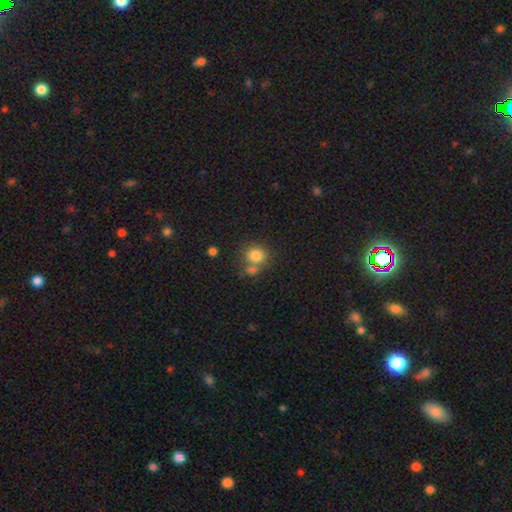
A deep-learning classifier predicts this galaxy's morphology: Smooth or featured? Predicted: smooth (p=0.81). How rounded? Predicted: round (p=0.81). Merging? Predicted: none (p=0.54).